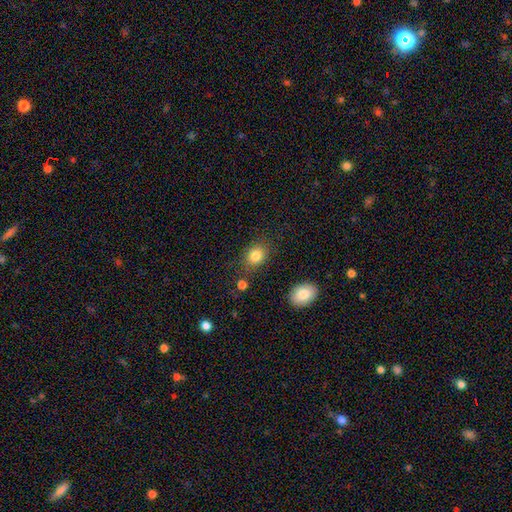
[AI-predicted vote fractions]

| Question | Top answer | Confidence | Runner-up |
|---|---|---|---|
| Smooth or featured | smooth | 84% | star or artifact (10%) |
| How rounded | round | 54% | in between (45%) |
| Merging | none | 76% | minor disturbance (15%) |